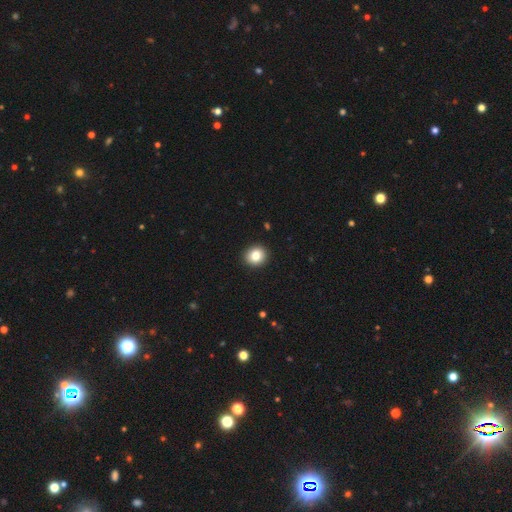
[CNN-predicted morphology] type=smooth (84%); roundness=round (81%); merging=none (93%).